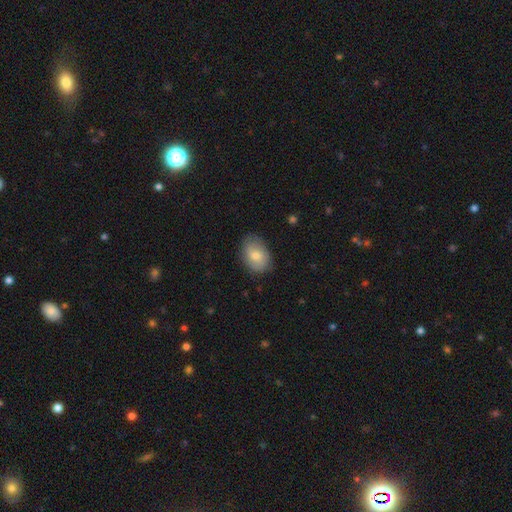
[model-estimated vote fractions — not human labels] Q: Smooth or featured?
A: smooth (76%); runner-up: featured or disk (17%)
Q: How rounded?
A: in between (82%); runner-up: round (17%)
Q: Merging?
A: none (81%); runner-up: minor disturbance (15%)